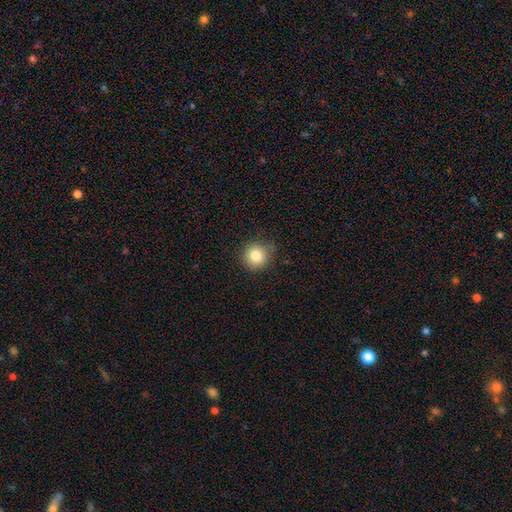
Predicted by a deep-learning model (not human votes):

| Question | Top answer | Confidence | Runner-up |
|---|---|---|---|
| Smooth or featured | smooth | 81% | star or artifact (11%) |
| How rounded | round | 91% | in between (8%) |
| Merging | none | 80% | minor disturbance (15%) |